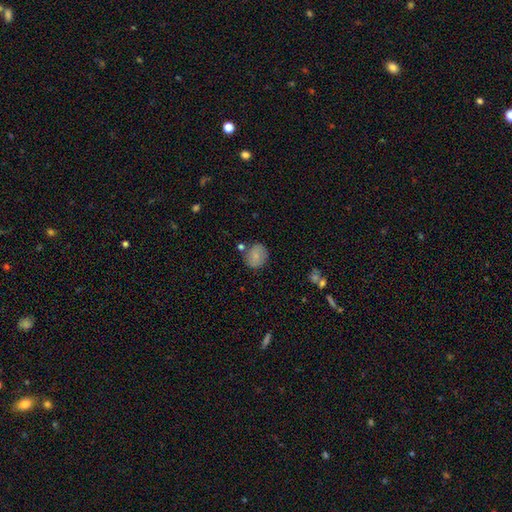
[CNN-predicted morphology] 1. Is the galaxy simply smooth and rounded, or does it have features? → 80% smooth, 12% featured or disk, 8% star or artifact.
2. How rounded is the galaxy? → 81% round, 18% in between, 1% cigar-shaped.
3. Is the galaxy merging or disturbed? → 76% none, 13% minor disturbance, 8% merger, 3% major disturbance.